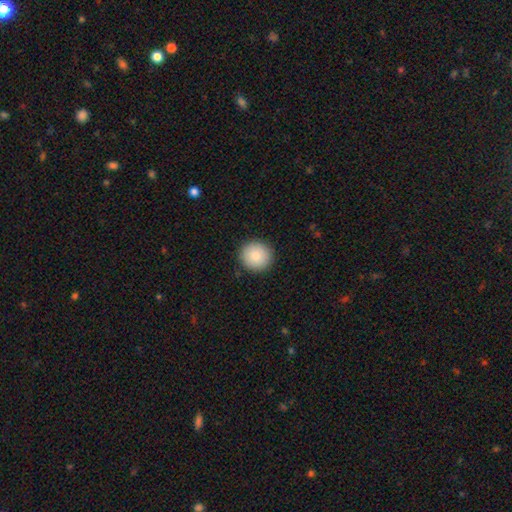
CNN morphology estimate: Smooth or featured? Predicted: smooth (p=0.85). How rounded? Predicted: round (p=0.95). Merging? Predicted: none (p=0.92).